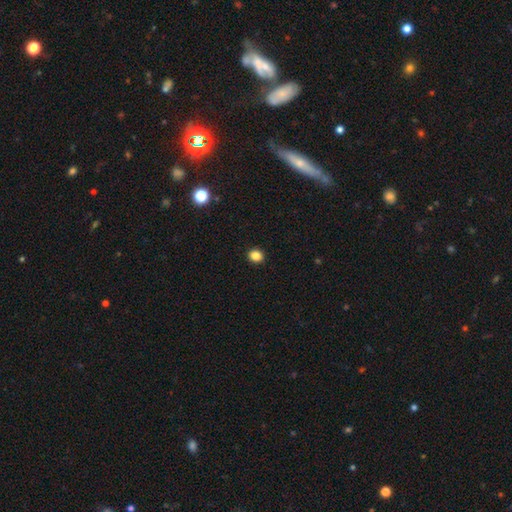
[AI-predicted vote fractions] Morphology: type=smooth (85%); roundness=round (77%); merging=none (93%).